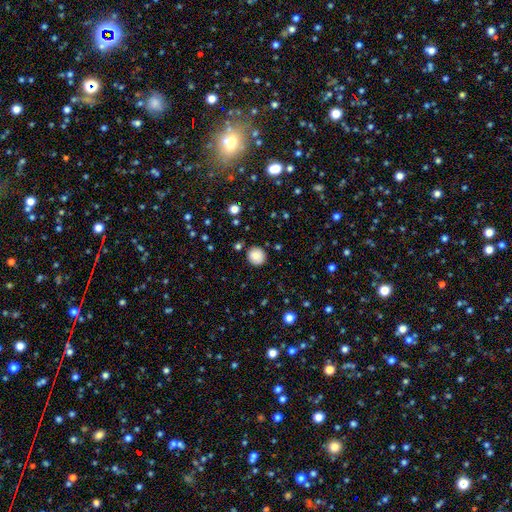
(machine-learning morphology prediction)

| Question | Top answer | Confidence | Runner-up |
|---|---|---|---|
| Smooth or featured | smooth | 82% | star or artifact (9%) |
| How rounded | round | 92% | in between (7%) |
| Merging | none | 89% | minor disturbance (7%) |